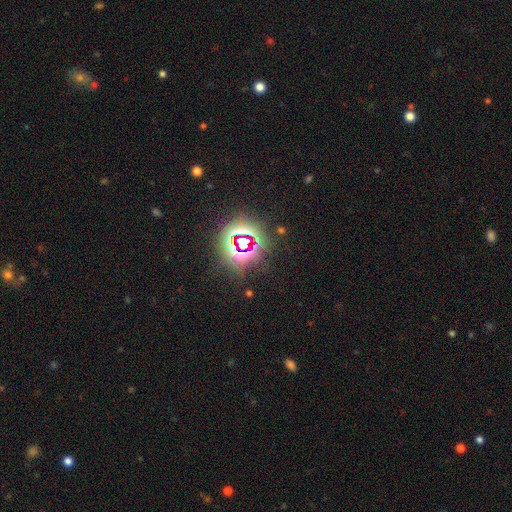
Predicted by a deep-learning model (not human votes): Smooth or featured?
  - star or artifact: 82% *
  - smooth: 10%
  - featured or disk: 8%